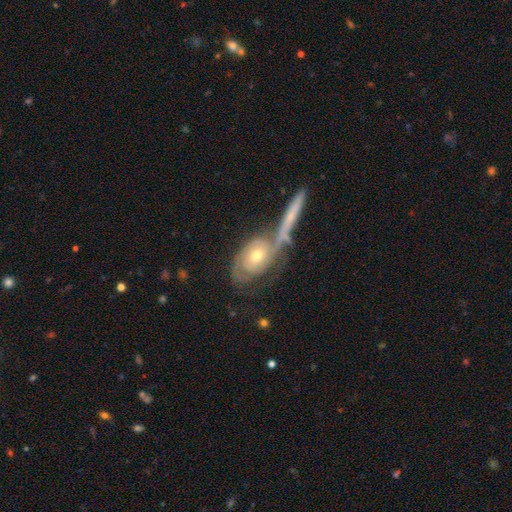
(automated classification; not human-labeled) smooth_or_featured: featured or disk (p=0.67) [alt: smooth p=0.26]
disk_edge_on: no (p=0.88) [alt: yes p=0.12]
bar: no (p=0.76) [alt: weak p=0.19]
has_spiral_arms: yes (p=0.81) [alt: no p=0.19]
bulge_size: moderate (p=0.61) [alt: small p=0.33]
merging: merger (p=0.40) [alt: none p=0.35]